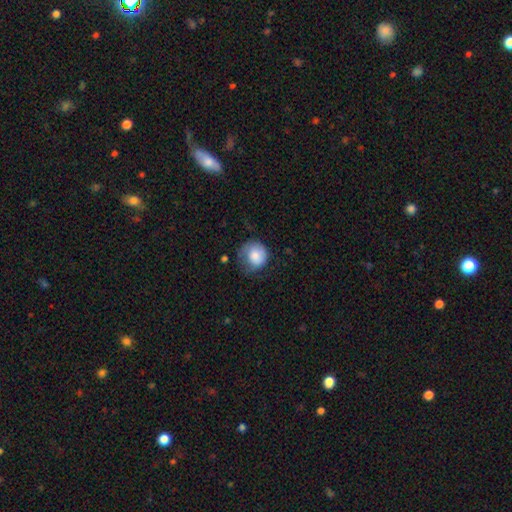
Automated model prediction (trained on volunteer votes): Smooth or featured: smooth — 78% (featured or disk — 15%)
How rounded: round — 84% (in between — 15%)
Merging: none — 43% (minor disturbance — 34%)